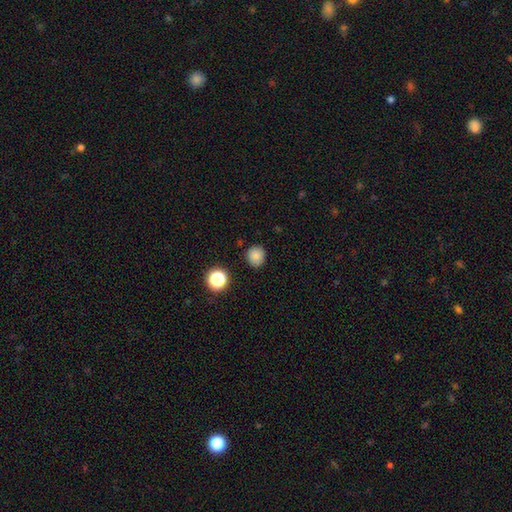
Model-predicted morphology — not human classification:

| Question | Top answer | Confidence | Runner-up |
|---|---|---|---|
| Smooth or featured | smooth | 83% | star or artifact (13%) |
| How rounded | round | 85% | in between (14%) |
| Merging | none | 86% | minor disturbance (10%) |